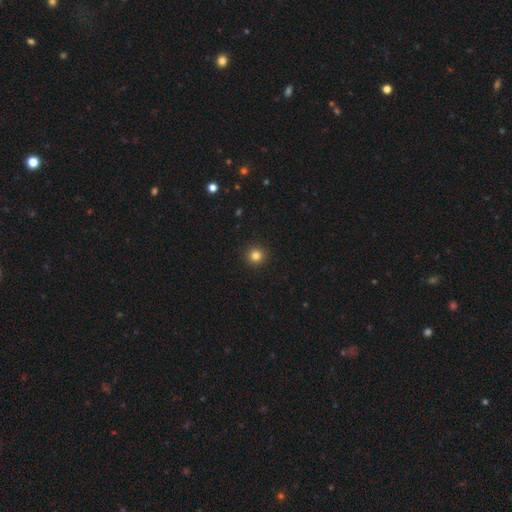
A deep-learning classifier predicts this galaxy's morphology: This appears to be a smooth galaxy with no disk features (82%) that is round (95%). Merging: none (93%).